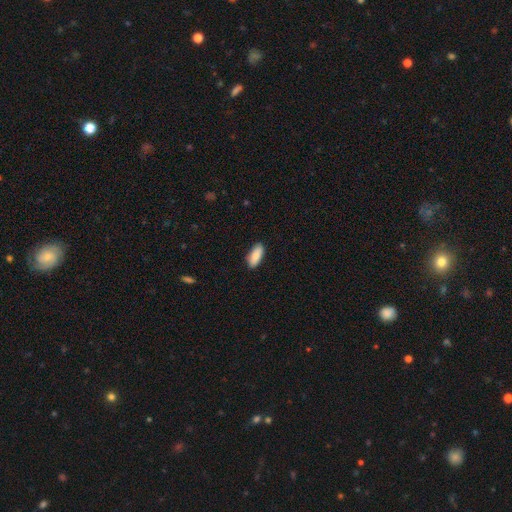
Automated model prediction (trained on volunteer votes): smooth_or_featured: smooth (p=0.85) [alt: featured or disk p=0.09]
how_rounded: in between (p=0.86) [alt: cigar-shaped p=0.12]
merging: none (p=0.87) [alt: minor disturbance p=0.10]